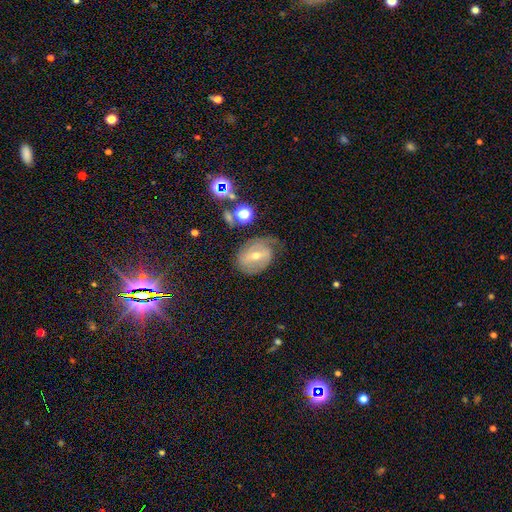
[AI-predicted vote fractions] Smooth or featured? featured or disk (68%)
Edge-on disk? no (94%)
Bar? weak (45%)
Spiral arms? yes (79%)
Spiral winding? tight (47%)
Spiral arm count? 2 (52%)
Bulge size? moderate (52%)
Merging? none (55%)